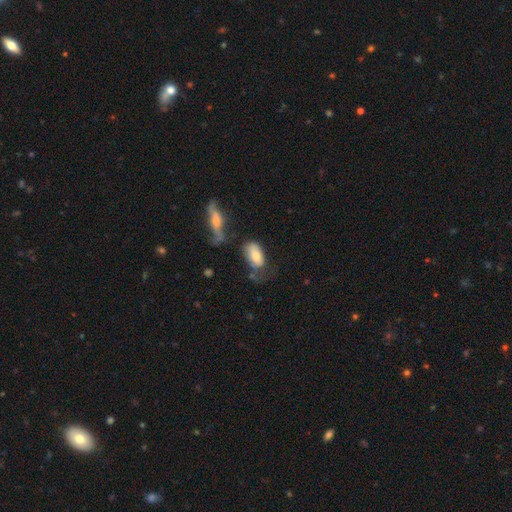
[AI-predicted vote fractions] smooth-or-featured: smooth: 70% | featured or disk: 23% | star or artifact: 7%
  how-rounded: in between: 92% | round: 5% | cigar-shaped: 4%
  merging: none: 38% | minor disturbance: 28% | major disturbance: 21% | merger: 13%